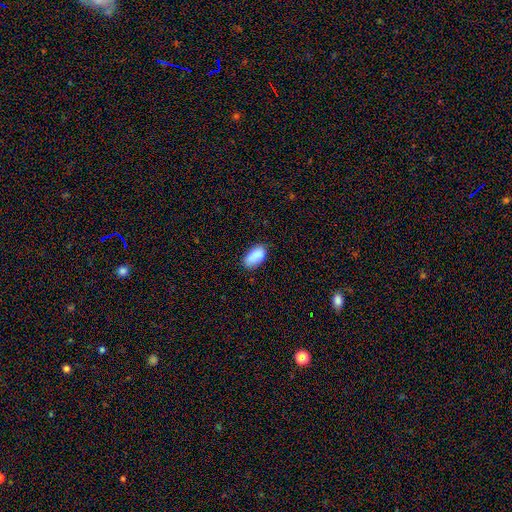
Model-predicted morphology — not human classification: This appears to be a smooth galaxy with no disk features (89%) that is in between round and cigar-shaped (95%). Merging: none (77%).